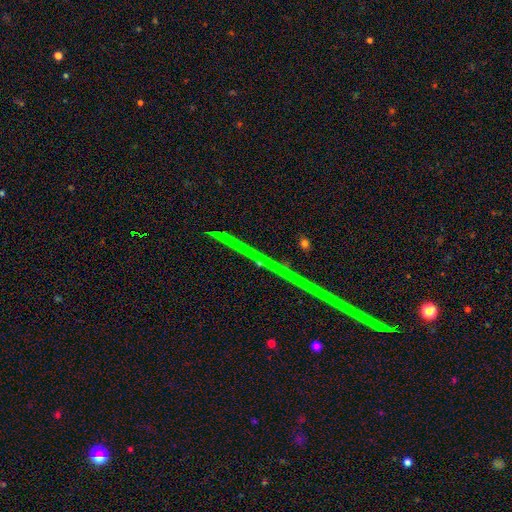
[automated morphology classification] type=star or artifact (78%).